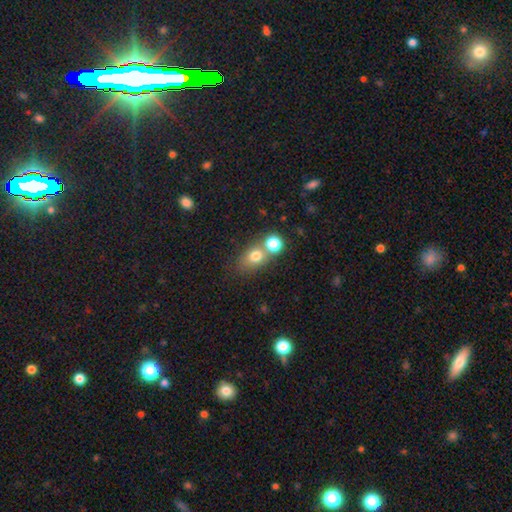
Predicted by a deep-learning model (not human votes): smooth_or_featured: smooth (p=0.74) [alt: featured or disk p=0.13]
how_rounded: in between (p=0.50) [alt: round p=0.48]
merging: none (p=0.44) [alt: merger p=0.40]